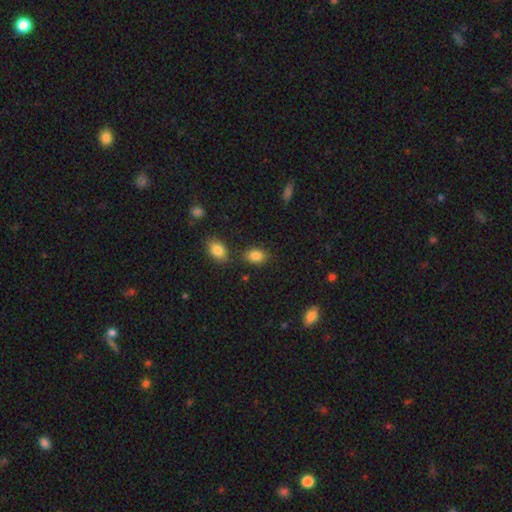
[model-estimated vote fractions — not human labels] Morphology: type=smooth (85%); roundness=in between (82%); merging=none (78%).